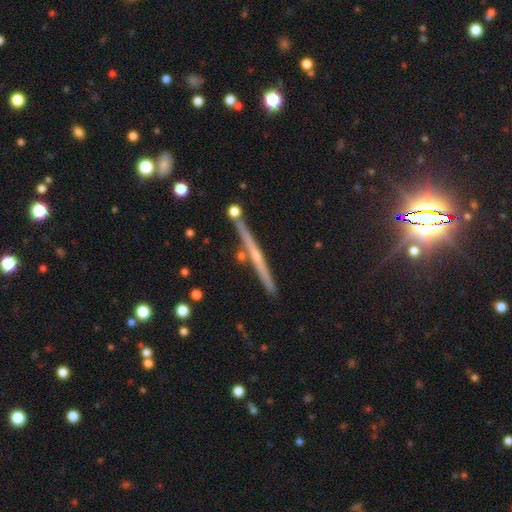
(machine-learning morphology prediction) type=featured or disk (67%); edge-on=yes (97%); edge-on bulge=rounded (47%); merging=none (84%).